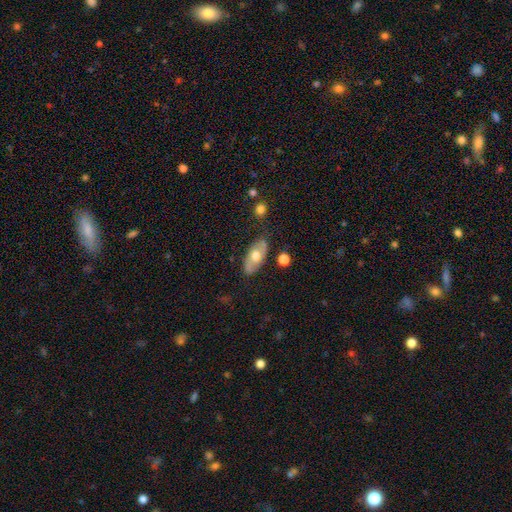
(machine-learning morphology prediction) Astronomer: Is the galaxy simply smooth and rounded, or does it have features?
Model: smooth — 49% (runner-up: featured or disk, 45%).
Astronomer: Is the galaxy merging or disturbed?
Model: none — 79%.